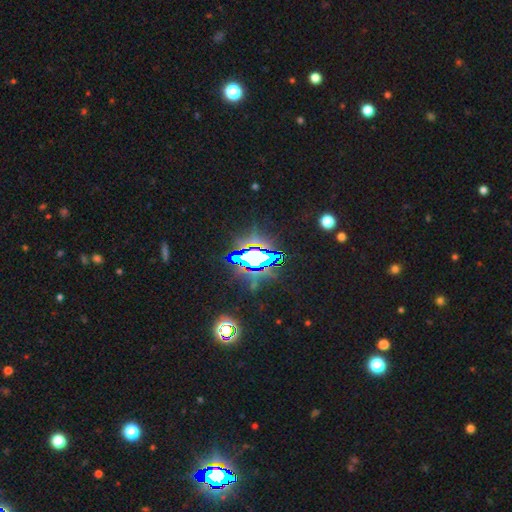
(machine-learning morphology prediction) This is likely a star or artifact rather than a galaxy (70%).